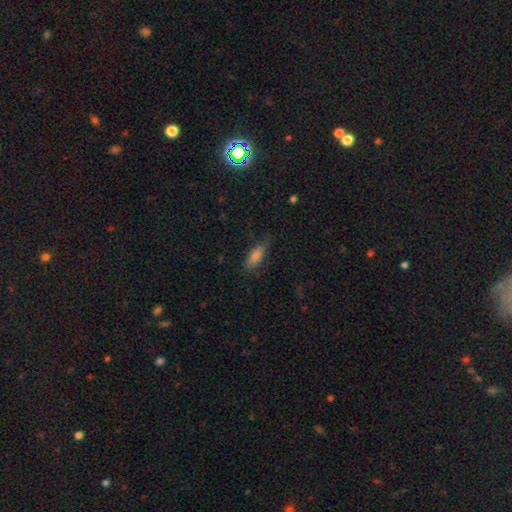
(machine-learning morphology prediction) type=smooth (74%); roundness=in between (66%); merging=none (77%).